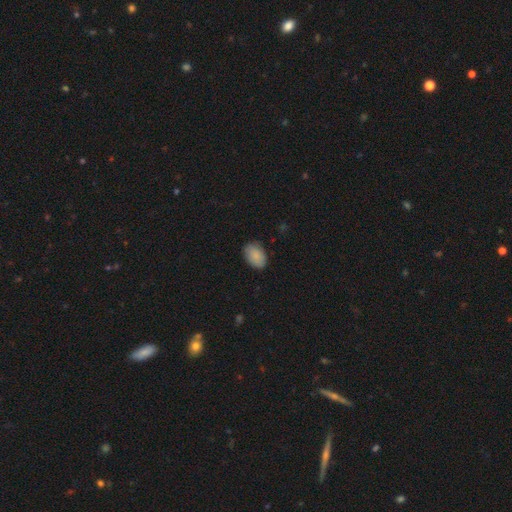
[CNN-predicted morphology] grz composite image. It shows a smooth galaxy with no disk features (87%) that is in between round and cigar-shaped (87%). Merging: none (83%).